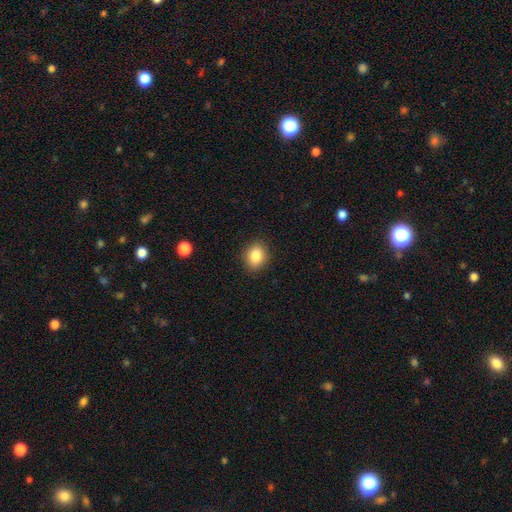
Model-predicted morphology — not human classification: smooth-or-featured: smooth: 86% | star or artifact: 9% | featured or disk: 5%
  how-rounded: in between: 58% | round: 41% | cigar-shaped: 1%
  merging: none: 88% | minor disturbance: 8% | major disturbance: 2% | merger: 1%